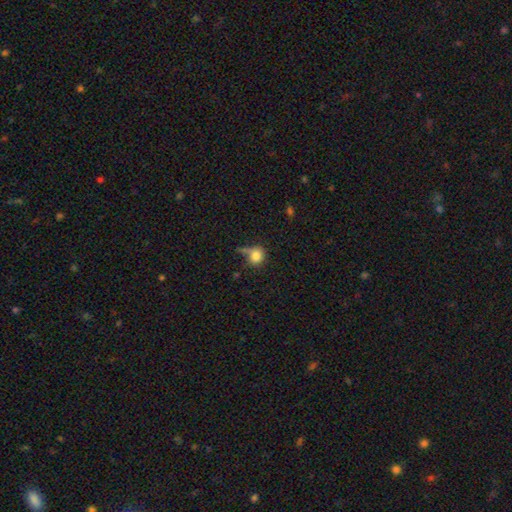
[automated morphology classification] smooth-or-featured: smooth: 82% | star or artifact: 10% | featured or disk: 9%
  how-rounded: round: 82% | in between: 17% | cigar-shaped: 1%
  merging: none: 49% | minor disturbance: 24% | major disturbance: 16% | merger: 12%